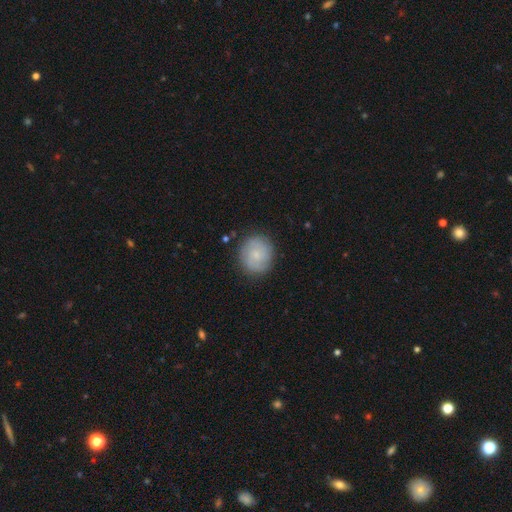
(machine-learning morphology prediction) Smooth or featured?
  - smooth: 48% *
  - featured or disk: 45%
  - star or artifact: 8%
Merging?
  - none: 84% *
  - minor disturbance: 12%
  - major disturbance: 3%
  - merger: 1%